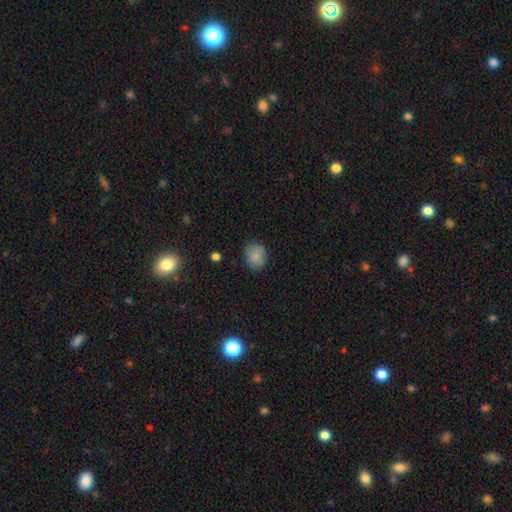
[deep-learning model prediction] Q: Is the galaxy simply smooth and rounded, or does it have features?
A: smooth — 85%.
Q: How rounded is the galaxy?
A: round — 58%.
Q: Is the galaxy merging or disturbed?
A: none — 82%.